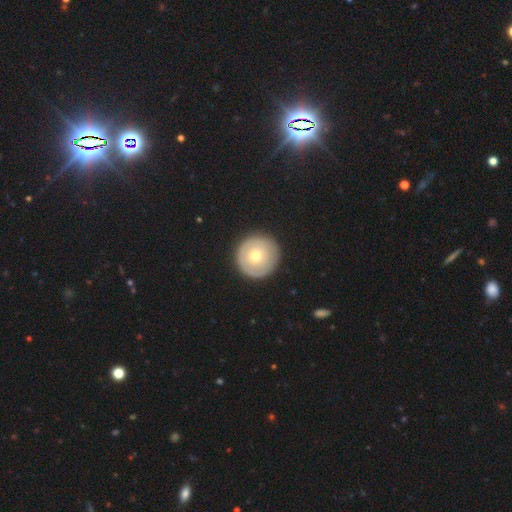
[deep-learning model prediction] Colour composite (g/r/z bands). It shows a smooth galaxy with no disk features (57%) that is round (95%). Merging: none (88%).